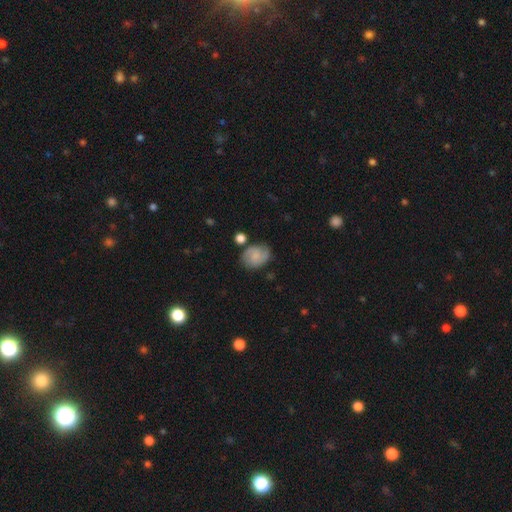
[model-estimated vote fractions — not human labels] Smooth or featured: smooth — 51% (featured or disk — 40%)
How rounded: in between — 58% (round — 41%)
Merging: none — 67% (minor disturbance — 21%)